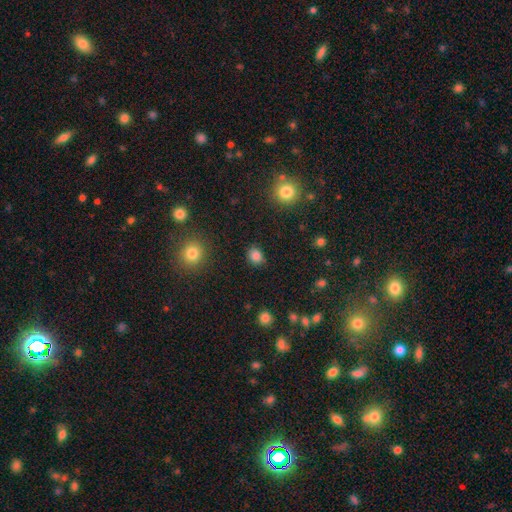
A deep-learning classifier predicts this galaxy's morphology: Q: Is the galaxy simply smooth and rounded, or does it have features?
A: smooth — 84%.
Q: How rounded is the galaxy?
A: round — 61%.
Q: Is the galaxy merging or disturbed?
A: none — 82%.